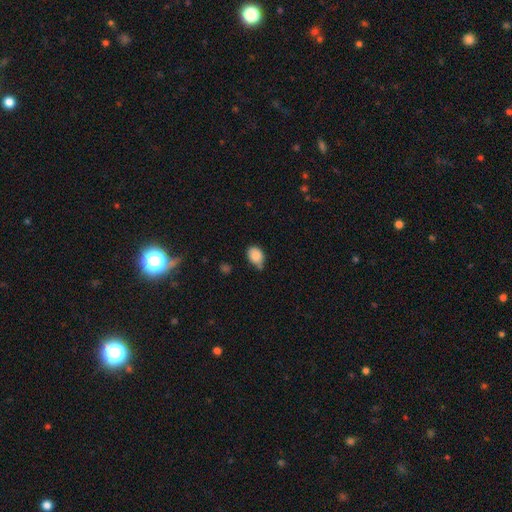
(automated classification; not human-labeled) Overall: smooth (85%). How rounded: in between (65%; round 34%). Merging: none (46%; minor disturbance 40%).